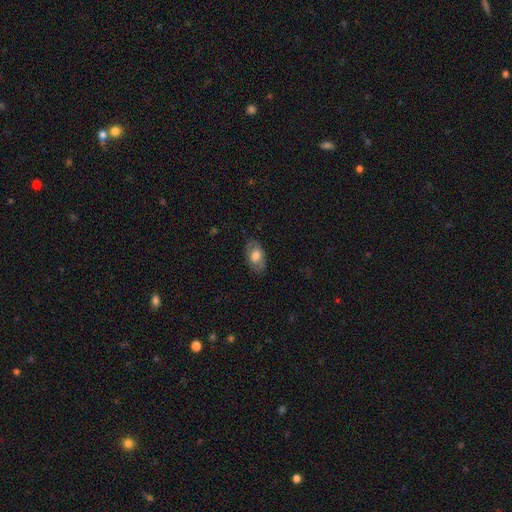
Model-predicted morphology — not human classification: smooth_or_featured: smooth (p=0.66) [alt: featured or disk p=0.28]
how_rounded: in between (p=0.92) [alt: round p=0.06]
merging: none (p=0.79) [alt: minor disturbance p=0.16]